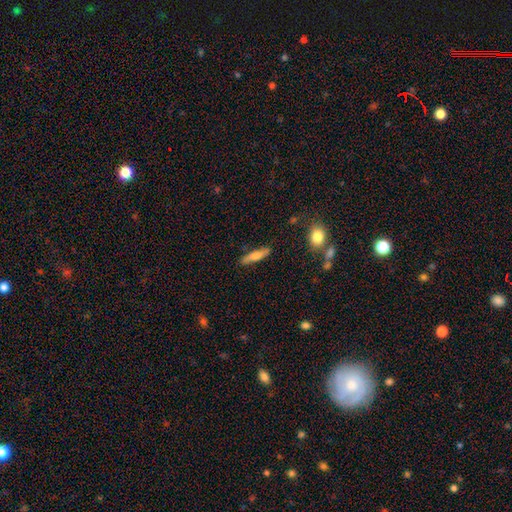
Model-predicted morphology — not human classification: smooth_or_featured: smooth (p=0.65) [alt: featured or disk p=0.29]
how_rounded: cigar-shaped (p=0.81) [alt: in between p=0.17]
merging: none (p=0.84) [alt: minor disturbance p=0.11]